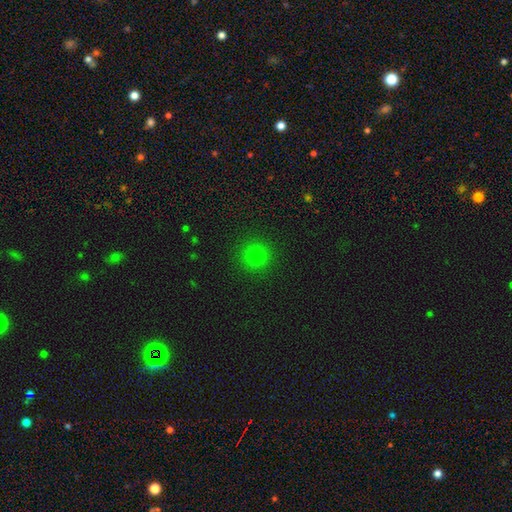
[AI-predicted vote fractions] Smooth or featured? Predicted: smooth (p=0.79). How rounded? Predicted: round (p=0.93). Merging? Predicted: none (p=0.90).